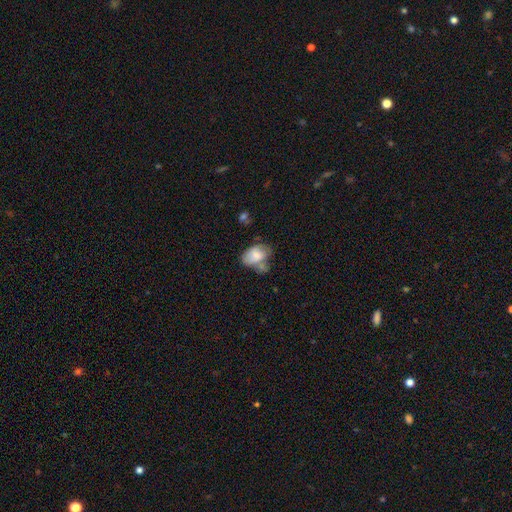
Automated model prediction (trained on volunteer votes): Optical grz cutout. It shows a smooth galaxy with no disk features (71%) that is in between round and cigar-shaped (84%). Merging: none (35%).